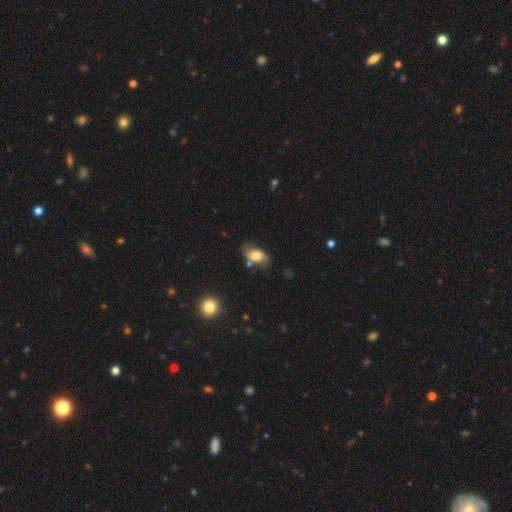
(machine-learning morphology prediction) smooth-or-featured: smooth: 66% | featured or disk: 25% | star or artifact: 8%
  how-rounded: in between: 88% | round: 9% | cigar-shaped: 3%
  merging: none: 62% | minor disturbance: 25% | major disturbance: 8% | merger: 6%